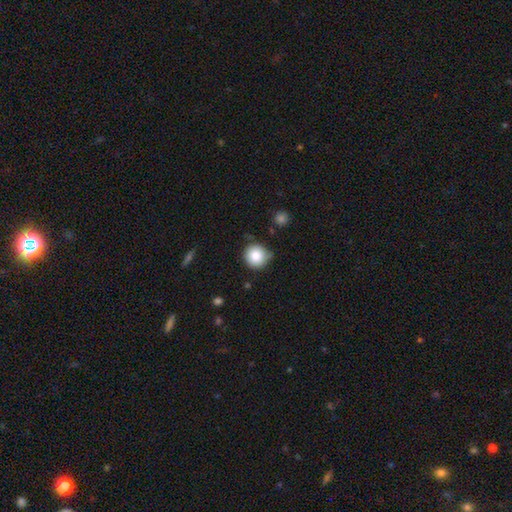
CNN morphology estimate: smooth_or_featured: smooth (p=0.84) [alt: star or artifact p=0.09]
how_rounded: round (p=0.94) [alt: in between p=0.05]
merging: none (p=0.76) [alt: minor disturbance p=0.17]